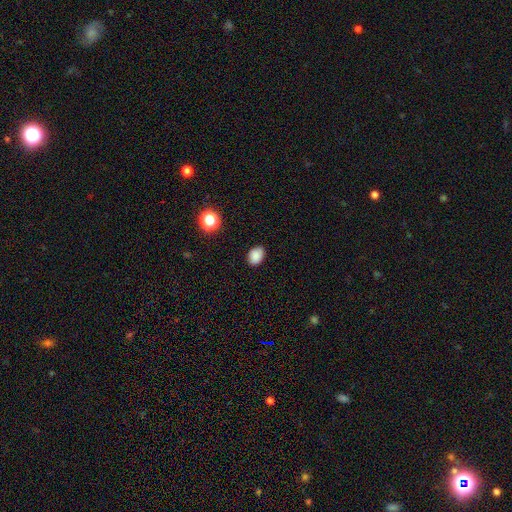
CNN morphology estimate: This appears to be a smooth galaxy with no disk features (86%) that is in between round and cigar-shaped (69%). Merging: none (85%).